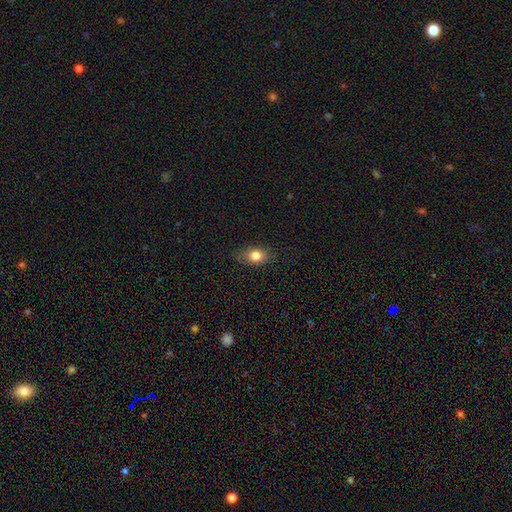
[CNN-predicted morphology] The model was most divided on "how rounded": in between: 74%, round: 23%, cigar-shaped: 3%. More confident: merging — none (81%); smooth or featured — smooth (80%).